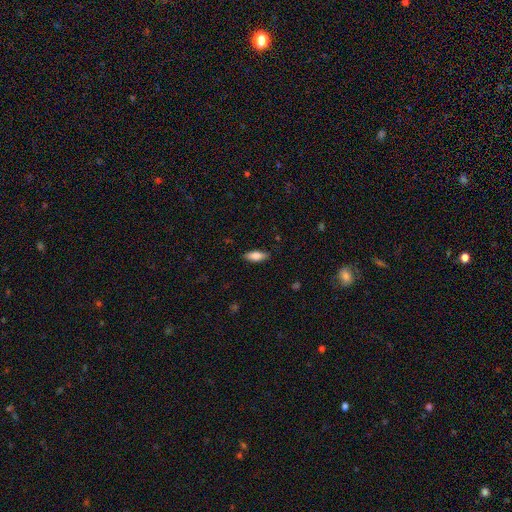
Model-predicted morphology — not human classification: A smooth galaxy with no disk features (81%) that is in between round and cigar-shaped (75%). Merging: none (86%).